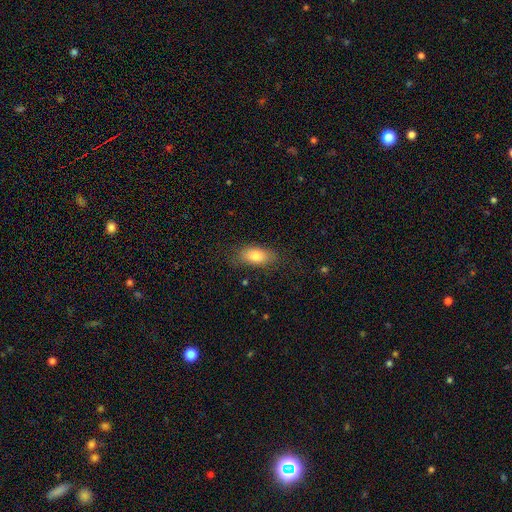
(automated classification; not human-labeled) A smooth galaxy with no disk features (80%) that is in between round and cigar-shaped (89%).

Vote fractions:
- Smooth or featured? smooth: 80% / featured or disk: 13% / star or artifact: 7%
- How rounded? in between: 89% / cigar-shaped: 6% / round: 5%
- Merging? none: 77% / minor disturbance: 16% / major disturbance: 5% / merger: 1%